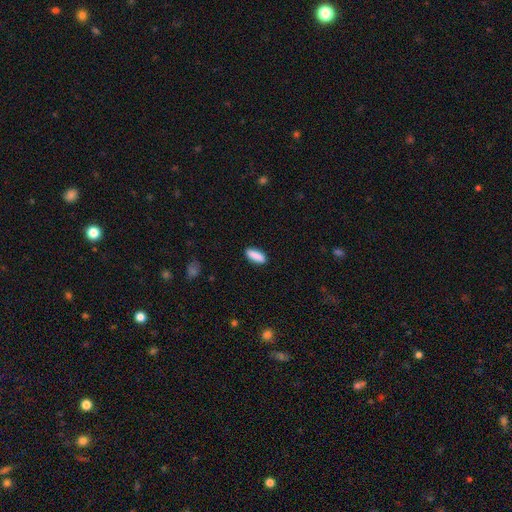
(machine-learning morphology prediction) A smooth galaxy with no disk features (89%) that is in between round and cigar-shaped (69%).

Vote fractions:
- Smooth or featured? smooth: 89% / star or artifact: 6% / featured or disk: 5%
- How rounded? in between: 69% / cigar-shaped: 29% / round: 2%
- Merging? none: 88% / minor disturbance: 9% / major disturbance: 2% / merger: 1%